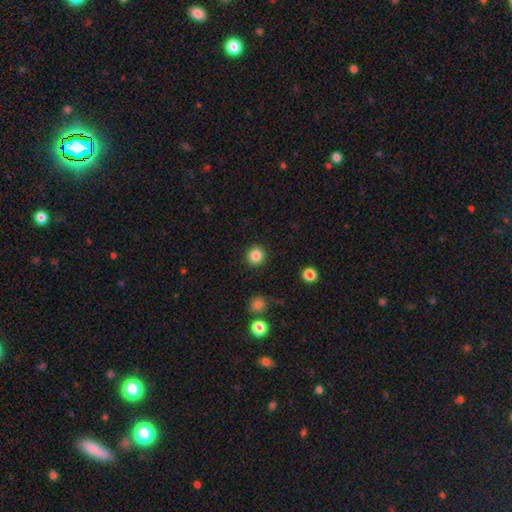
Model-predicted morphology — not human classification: A smooth galaxy with no disk features (85%) that is round (95%). Merging: none (92%).